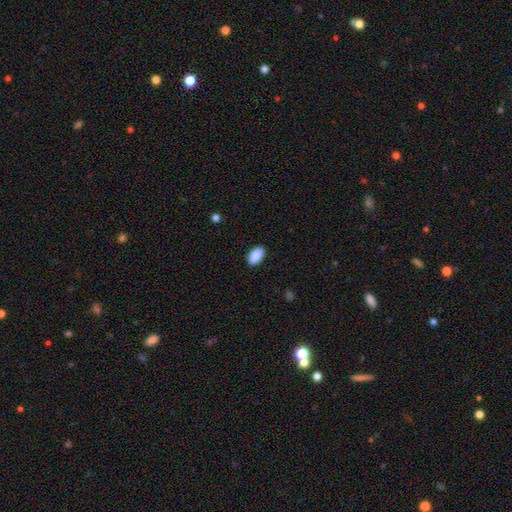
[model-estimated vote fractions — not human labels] Smooth or featured? smooth (90%)
How rounded? in between (95%)
Merging? none (88%)